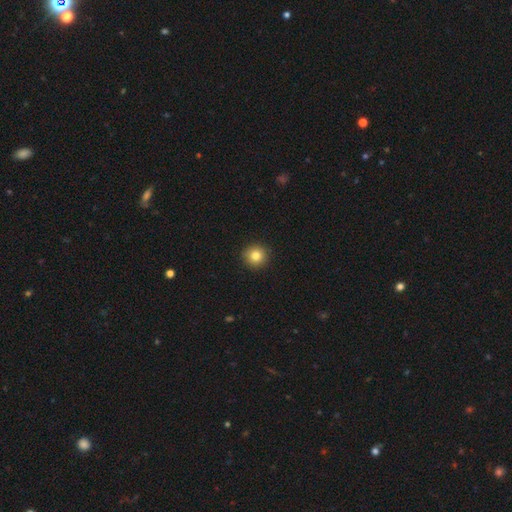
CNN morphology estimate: type=smooth (83%); roundness=round (94%); merging=none (92%).